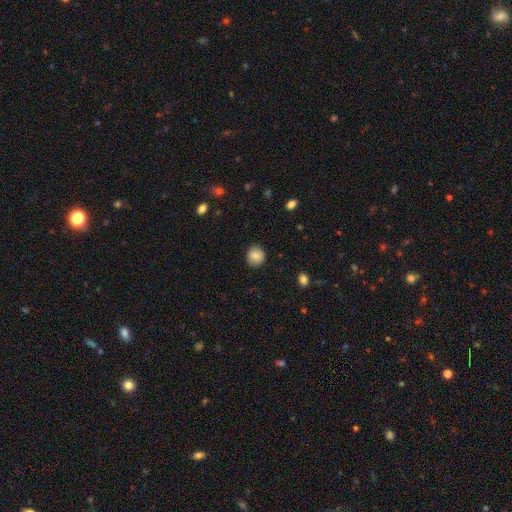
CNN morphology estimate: smooth 83%, star or artifact 9%, featured or disk 8%. Down the decision tree: how rounded — round (86%); merging — none (87%).